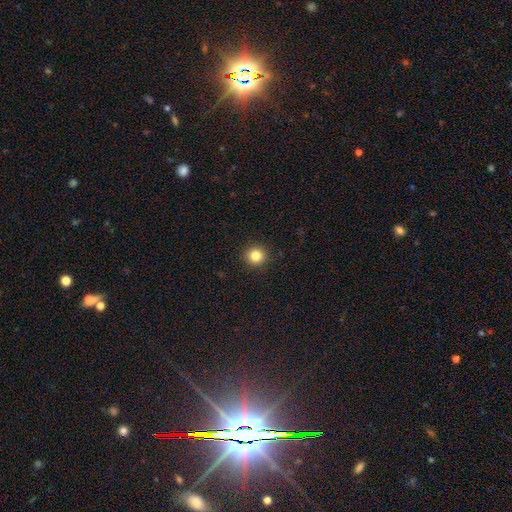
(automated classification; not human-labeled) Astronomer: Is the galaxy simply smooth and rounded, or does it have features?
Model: smooth — 84%.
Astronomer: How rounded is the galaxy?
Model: round — 94%.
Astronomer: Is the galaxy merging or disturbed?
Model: none — 93%.